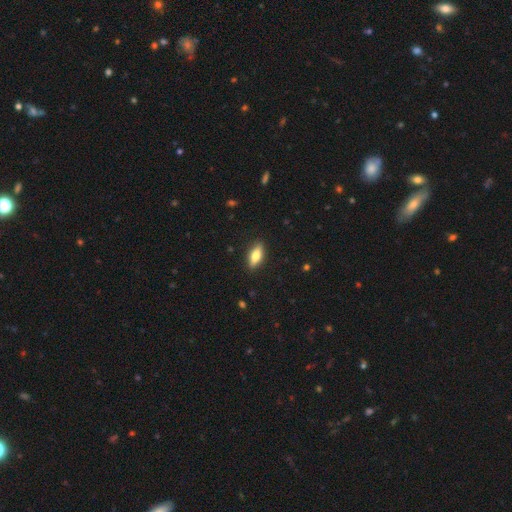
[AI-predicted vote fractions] Smooth or featured? Predicted: smooth (p=0.72). How rounded? Predicted: in between (p=0.72). Merging? Predicted: none (p=0.88).